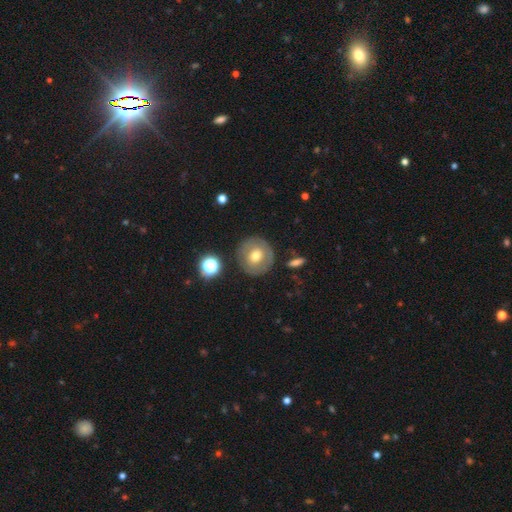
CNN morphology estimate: Smooth or featured? smooth (53%)
How rounded? round (90%)
Merging? none (83%)